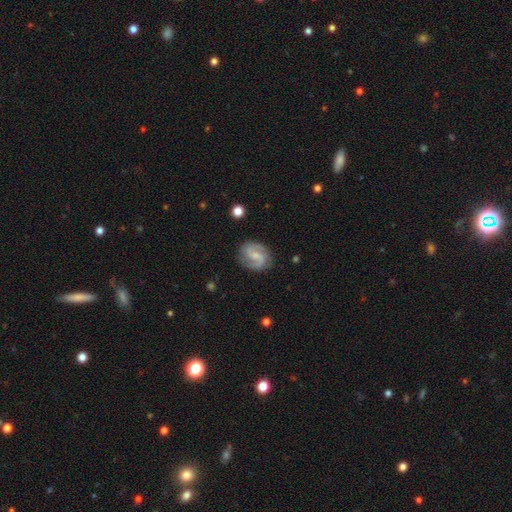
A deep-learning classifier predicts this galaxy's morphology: smooth-or-featured: featured or disk: 86% | smooth: 10% | star or artifact: 5%
  disk-edge-on: no: 98% | yes: 2%
    bar: weak: 53% | no: 32% | strong: 15%
    has-spiral-arms: yes: 97% | no: 3%
      spiral-winding: medium: 55% | tight: 23% | loose: 22%
      spiral-arm-count: 2: 92% | can't tell: 3% | 1: 2% | 3: 1% | 4: 1% | more than 4: 1%
    bulge-size: small: 52% | moderate: 27% | none: 18% | large: 2% | dominant: 1%
  merging: none: 82% | minor disturbance: 13% | major disturbance: 4% | merger: 1%